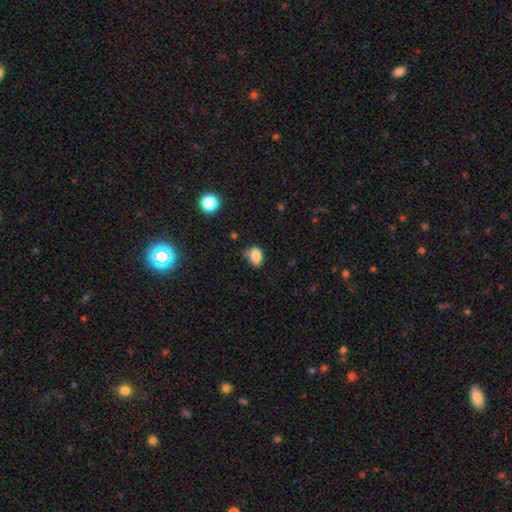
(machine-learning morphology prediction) Q: Smooth or featured?
A: smooth (84%); runner-up: star or artifact (10%)
Q: How rounded?
A: in between (78%); runner-up: round (20%)
Q: Merging?
A: none (52%); runner-up: minor disturbance (35%)